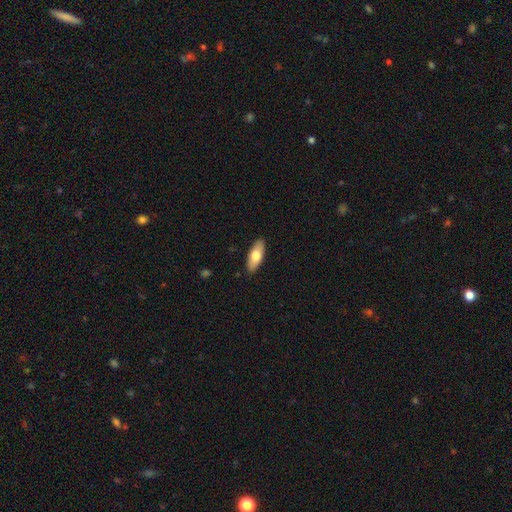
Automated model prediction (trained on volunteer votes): A smooth galaxy with no disk features (74%) that is in between round and cigar-shaped (76%).

Vote fractions:
- Smooth or featured? smooth: 74% / featured or disk: 21% / star or artifact: 6%
- How rounded? in between: 76% / cigar-shaped: 22% / round: 2%
- Merging? none: 89% / minor disturbance: 8% / major disturbance: 2% / merger: 1%